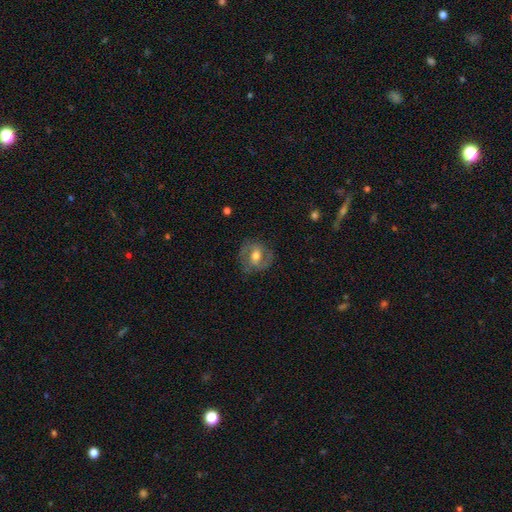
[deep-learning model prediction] A featured or disk galaxy (61%) with a weak bar (44%), spiral arms (78%) and a moderate central bulge (71%).

Vote fractions:
- Smooth or featured? featured or disk: 61% / smooth: 31% / star or artifact: 8%
- Edge-on disk? no: 97% / yes: 3%
- Bar? weak: 44% / no: 37% / strong: 19%
- Spiral arms? yes: 78% / no: 22%
- Bulge size? moderate: 71% / small: 15% / large: 12% / none: 1% / dominant: 1%
- Merging? none: 77% / minor disturbance: 15% / major disturbance: 7% / merger: 1%